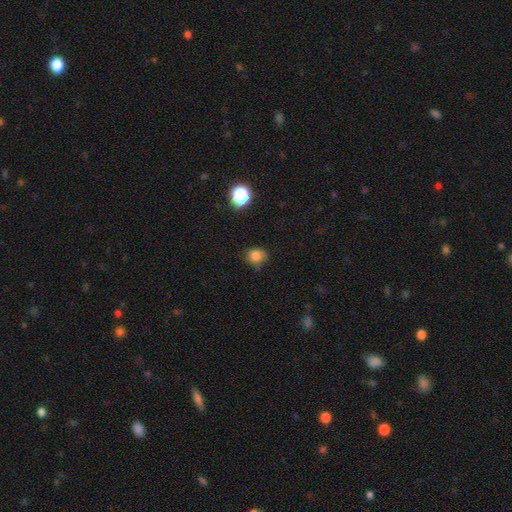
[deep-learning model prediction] Morphology: type=smooth (81%); roundness=round (77%); merging=none (67%).